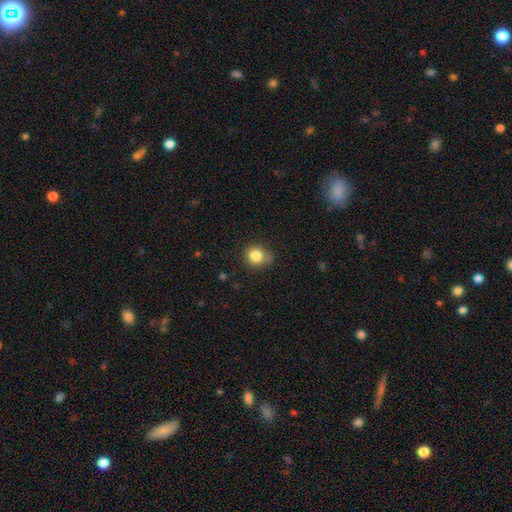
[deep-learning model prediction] Smooth or featured?
  - smooth: 83% *
  - star or artifact: 11%
  - featured or disk: 6%
How rounded?
  - round: 84% *
  - in between: 15%
  - cigar-shaped: 1%
Merging?
  - none: 72% *
  - minor disturbance: 21%
  - major disturbance: 4%
  - merger: 3%